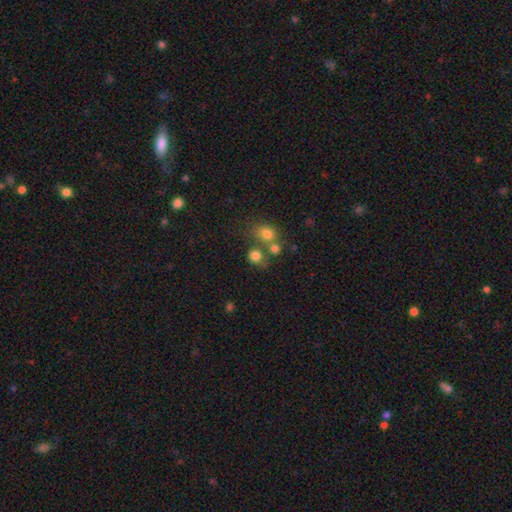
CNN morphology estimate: Smooth or featured? Predicted: smooth (p=0.77). How rounded? Predicted: round (p=0.78). Merging? Predicted: none (p=0.53).